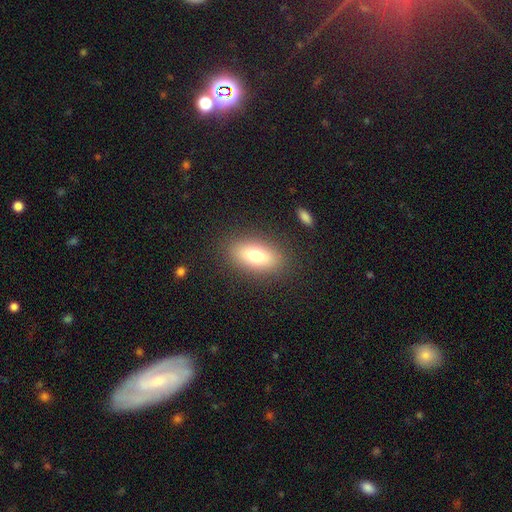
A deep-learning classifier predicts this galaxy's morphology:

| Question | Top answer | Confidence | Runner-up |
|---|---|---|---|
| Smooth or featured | smooth | 73% | featured or disk (17%) |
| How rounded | in between | 85% | round (8%) |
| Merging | none | 86% | minor disturbance (9%) |